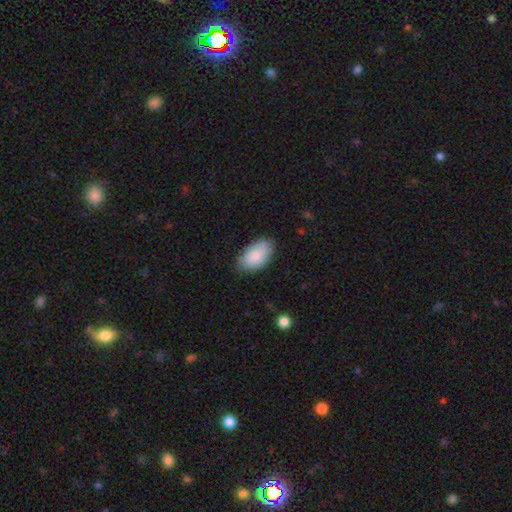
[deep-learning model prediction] Overall: smooth (86%). How rounded: in between (95%). Merging: none (79%).